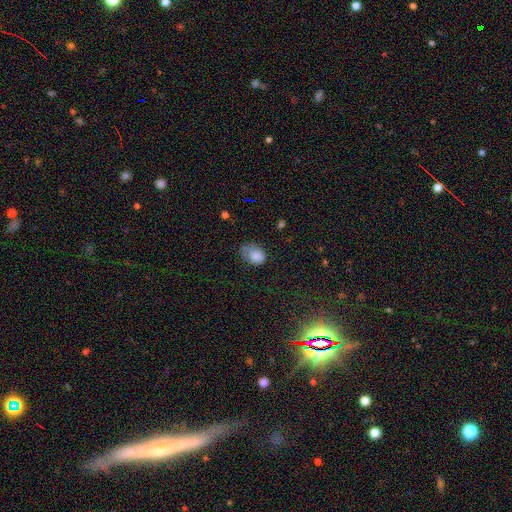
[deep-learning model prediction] A smooth galaxy with no disk features (80%) that is in between round and cigar-shaped (69%).

Vote fractions:
- Smooth or featured? smooth: 80% / featured or disk: 10% / star or artifact: 10%
- How rounded? in between: 69% / round: 30% / cigar-shaped: 1%
- Merging? none: 40% / minor disturbance: 39% / major disturbance: 18% / merger: 2%